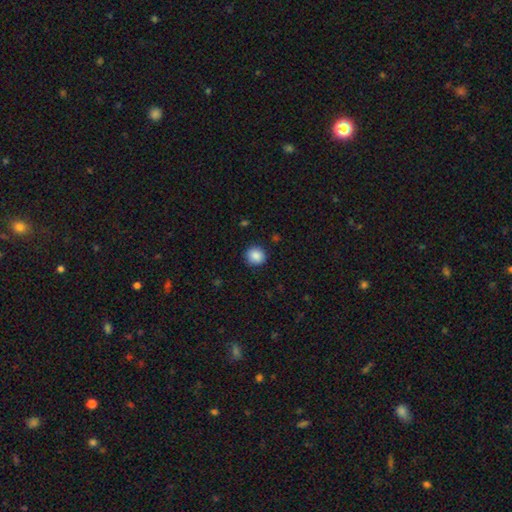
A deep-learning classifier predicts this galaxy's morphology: This appears to be a smooth galaxy with no disk features (88%) that is round (87%). Merging: none (90%).